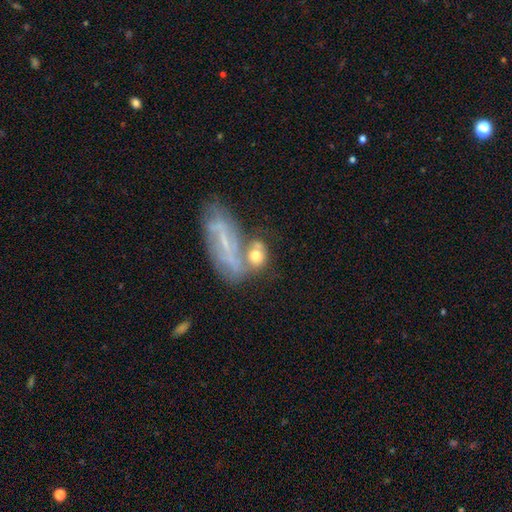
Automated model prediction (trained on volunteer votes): The model was most divided on "how rounded": in between: 48%, round: 47%, cigar-shaped: 5%. Remaining: smooth or featured — smooth (50%); merging — merger (37%).